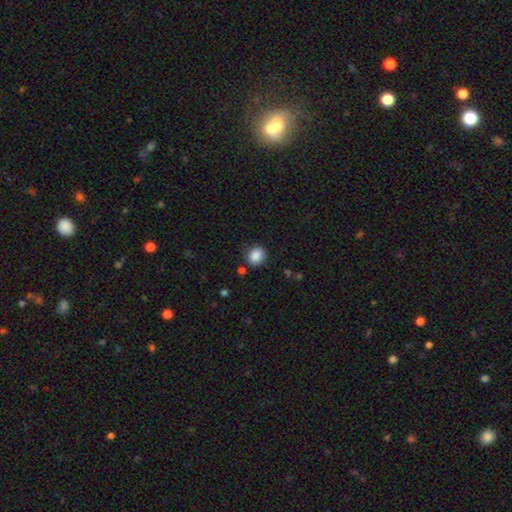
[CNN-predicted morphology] Smooth or featured?
  - smooth: 87% *
  - star or artifact: 9%
  - featured or disk: 4%
How rounded?
  - round: 69% *
  - in between: 30%
  - cigar-shaped: 1%
Merging?
  - none: 81% *
  - minor disturbance: 13%
  - major disturbance: 3%
  - merger: 3%